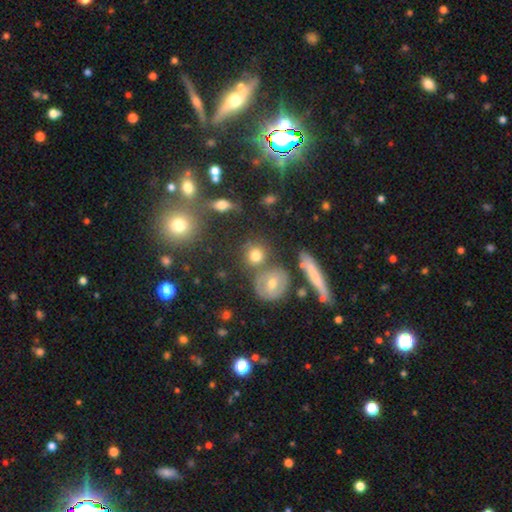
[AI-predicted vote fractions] This appears to be a smooth galaxy with no disk features (70%) that is round (80%). Merging: none (62%).